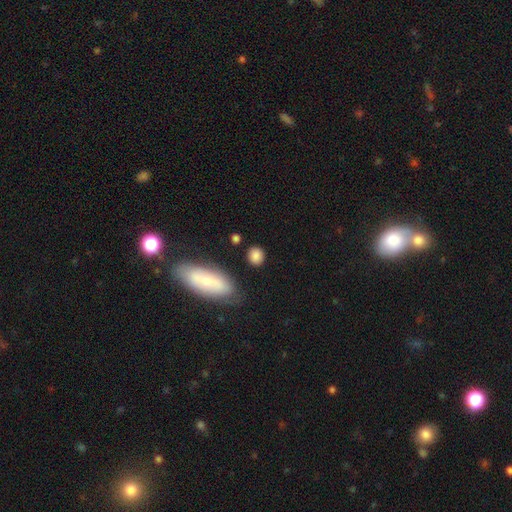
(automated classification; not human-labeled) The model was most divided on "how rounded": round: 69%, in between: 28%, cigar-shaped: 3%. More confident: smooth or featured — smooth (85%); merging — none (82%).